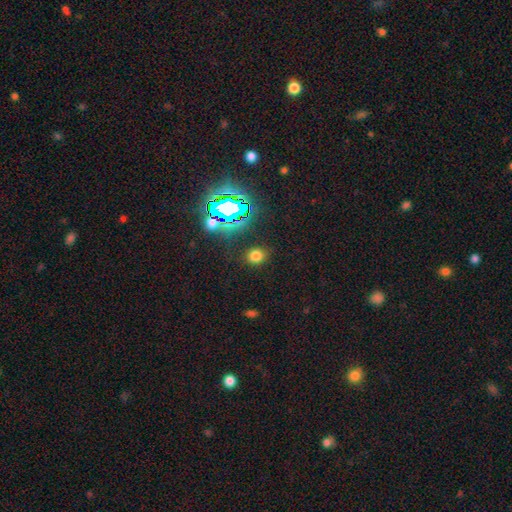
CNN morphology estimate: The model was most divided on "how rounded": round: 67%, in between: 32%, cigar-shaped: 1%. More confident: merging — none (86%); smooth or featured — smooth (70%).